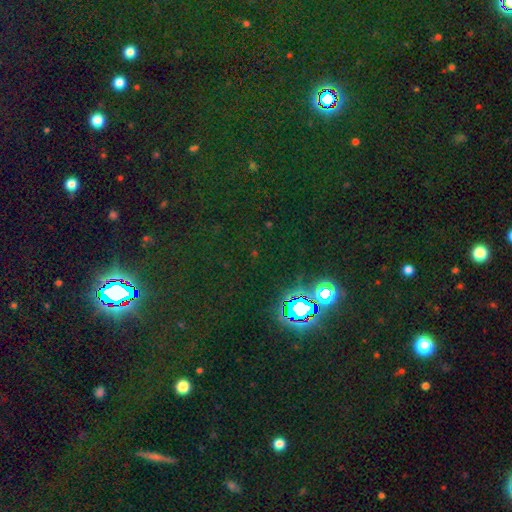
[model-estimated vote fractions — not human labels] Overall: star or artifact (77%).